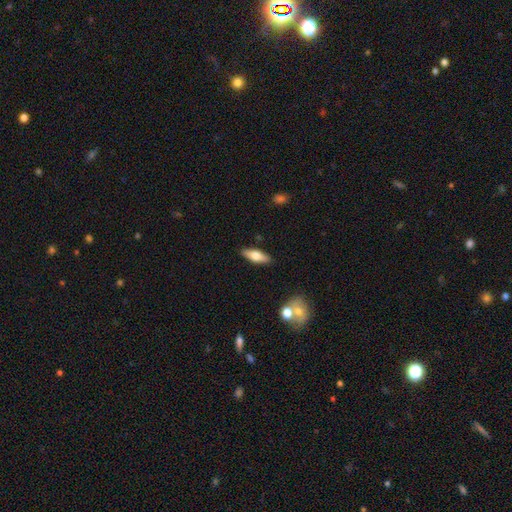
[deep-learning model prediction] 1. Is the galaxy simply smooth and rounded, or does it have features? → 62% smooth, 31% featured or disk, 6% star or artifact.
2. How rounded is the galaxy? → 58% in between, 40% cigar-shaped, 3% round.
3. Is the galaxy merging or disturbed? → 87% none, 9% minor disturbance, 2% merger, 2% major disturbance.